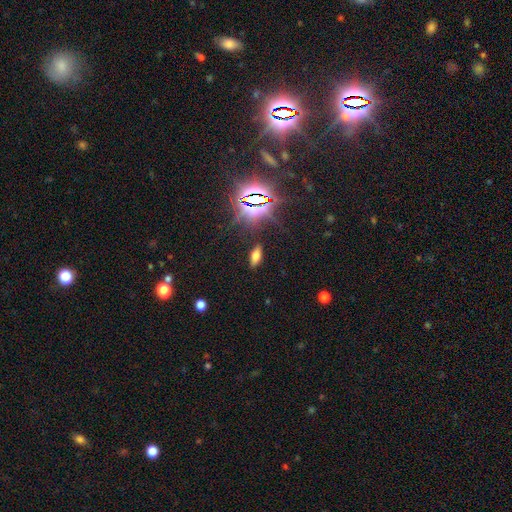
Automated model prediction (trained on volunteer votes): Q: Smooth or featured?
A: smooth (57%); runner-up: star or artifact (29%)
Q: How rounded?
A: in between (77%); runner-up: cigar-shaped (19%)
Q: Merging?
A: none (87%); runner-up: minor disturbance (8%)